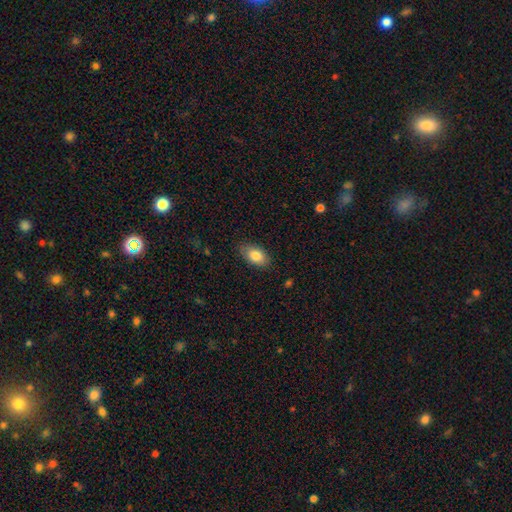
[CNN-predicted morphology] smooth_or_featured: smooth (p=0.82) [alt: featured or disk p=0.11]
how_rounded: in between (p=0.92) [alt: round p=0.05]
merging: none (p=0.82) [alt: minor disturbance p=0.14]